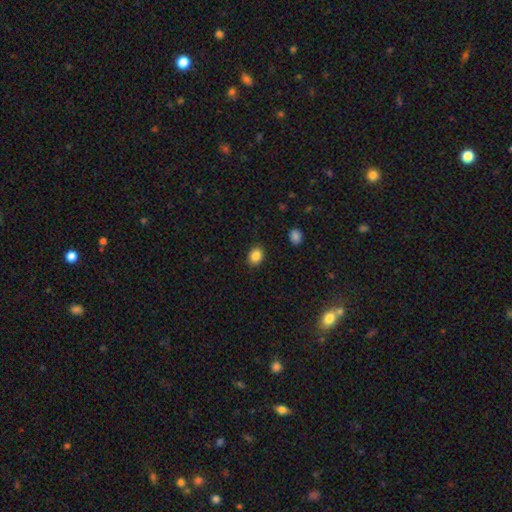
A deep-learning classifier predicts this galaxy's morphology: A smooth galaxy with no disk features (87%) that is in between round and cigar-shaped (59%). Merging: none (87%).